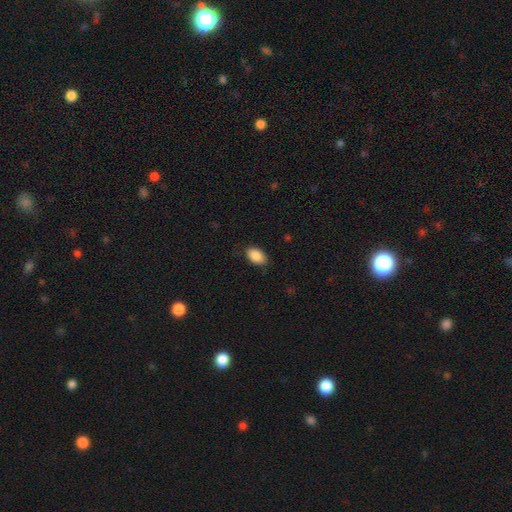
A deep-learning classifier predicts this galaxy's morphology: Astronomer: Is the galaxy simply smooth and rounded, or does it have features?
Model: smooth — 88%.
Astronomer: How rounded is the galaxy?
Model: in between — 90%.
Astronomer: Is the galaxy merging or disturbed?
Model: none — 81%.